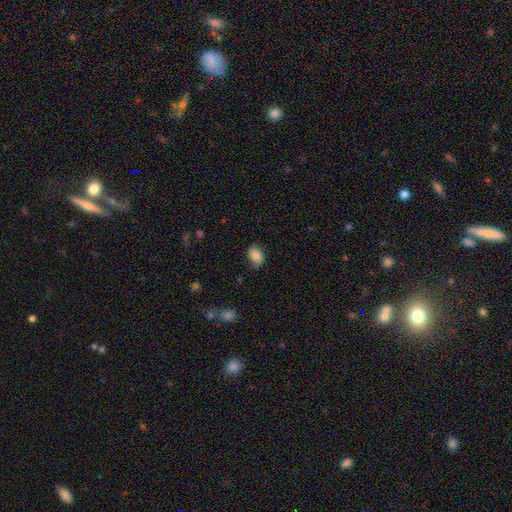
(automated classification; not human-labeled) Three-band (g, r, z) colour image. It shows a smooth galaxy with no disk features (78%) that is in between round and cigar-shaped (79%). Merging: none (74%).